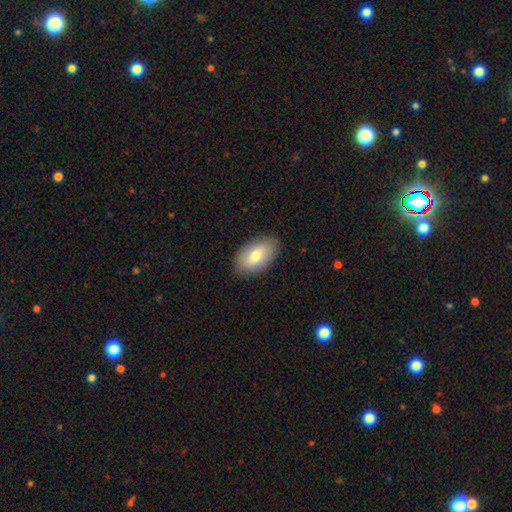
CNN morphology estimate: smooth_or_featured: smooth (p=0.73) [alt: featured or disk p=0.20]
how_rounded: in between (p=0.93) [alt: round p=0.05]
merging: none (p=0.87) [alt: minor disturbance p=0.10]